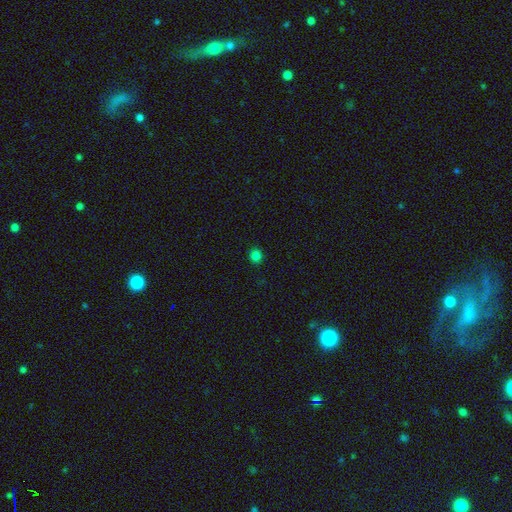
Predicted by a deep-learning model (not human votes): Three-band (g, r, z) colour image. It shows a smooth galaxy with no disk features (82%) that is round (86%). Merging: none (92%).